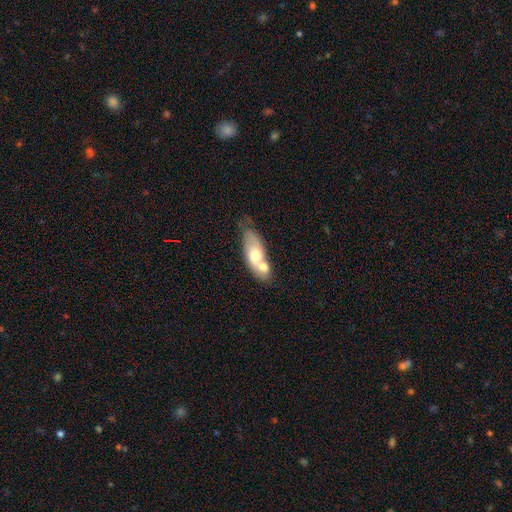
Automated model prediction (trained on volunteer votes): Smooth or featured: smooth — 57% (featured or disk — 36%)
How rounded: in between — 74% (cigar-shaped — 21%)
Merging: merger — 48% (none — 30%)